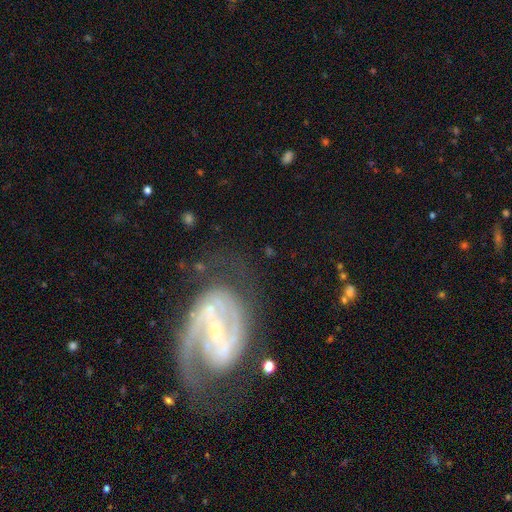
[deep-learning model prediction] Overall: featured or disk (87%). Edge-on disk: no (97%). Bar: strong (49%; weak 35%). Spiral arms: yes (93%). Spiral arm count: 2 (78%). Spiral winding: medium (49%; tight 34%). Bulge size: small (70%). Merging: none (56%; minor disturbance 20%).